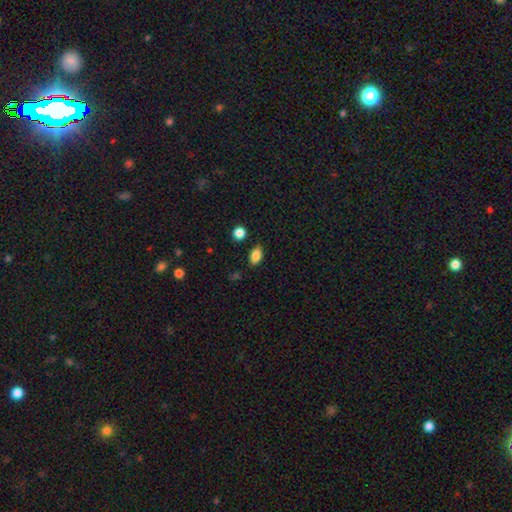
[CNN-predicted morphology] This appears to be a smooth galaxy with no disk features (86%) that is in between round and cigar-shaped (86%). Merging: none (83%).